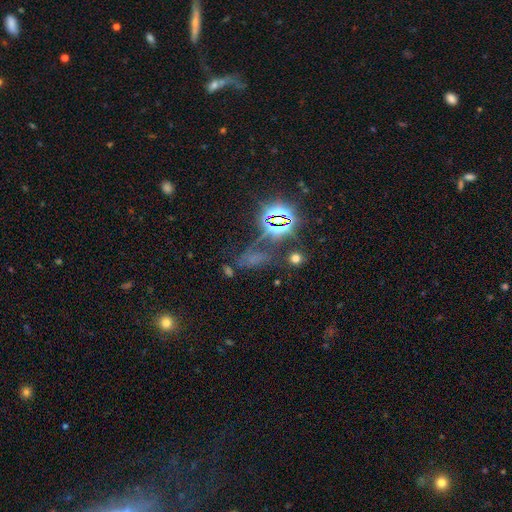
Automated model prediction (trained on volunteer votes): smooth-or-featured: star or artifact: 68% | smooth: 19% | featured or disk: 13%